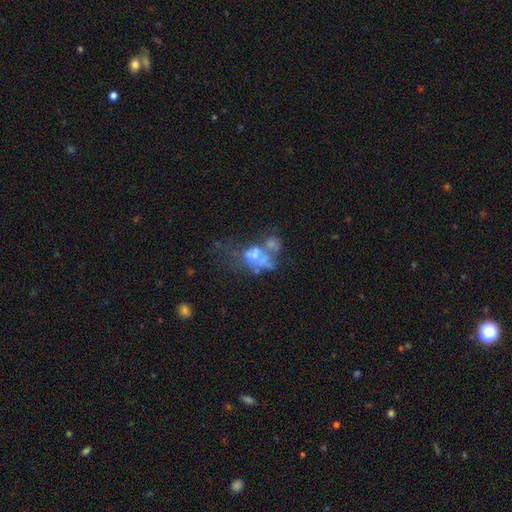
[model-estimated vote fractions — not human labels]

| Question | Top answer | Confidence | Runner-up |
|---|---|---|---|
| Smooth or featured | featured or disk | 50% | smooth (35%) |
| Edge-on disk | no | 97% | yes (3%) |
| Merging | merger | 45% | major disturbance (27%) |